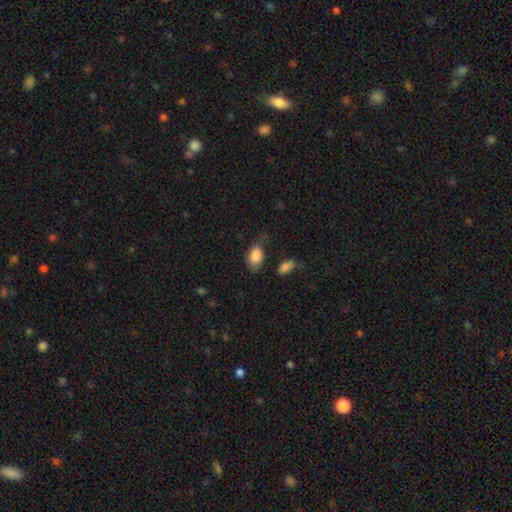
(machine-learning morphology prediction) type=smooth (87%); roundness=in between (90%); merging=none (56%).